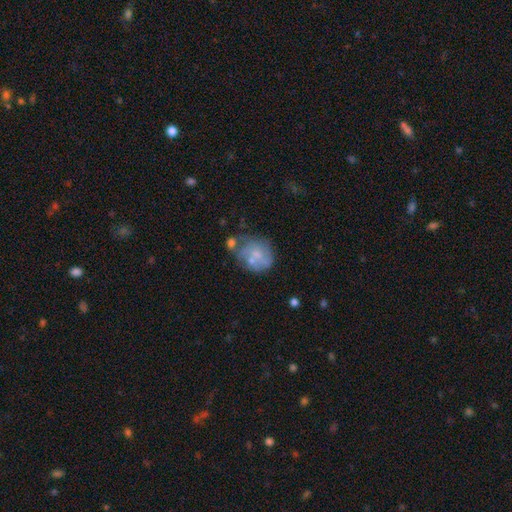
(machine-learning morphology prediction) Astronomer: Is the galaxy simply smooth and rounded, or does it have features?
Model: featured or disk — 52% (runner-up: smooth, 38%).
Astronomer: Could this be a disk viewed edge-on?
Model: no — 98%.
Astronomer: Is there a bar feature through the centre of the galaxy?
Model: no — 81%.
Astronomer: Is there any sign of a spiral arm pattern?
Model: no — 59% (runner-up: yes, 41%).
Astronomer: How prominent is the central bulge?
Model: small — 48% (runner-up: moderate, 26%).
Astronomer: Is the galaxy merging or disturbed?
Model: none — 40% (runner-up: minor disturbance, 23%).